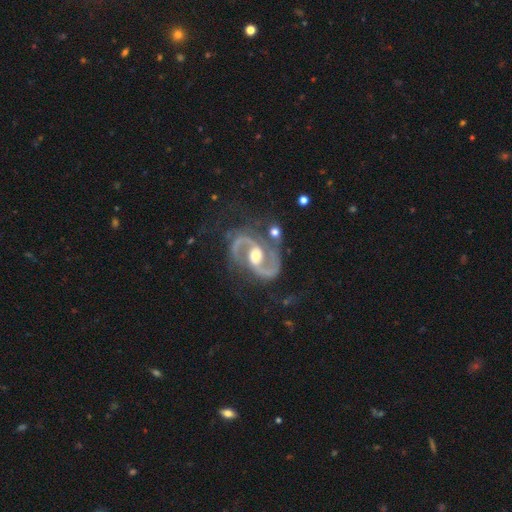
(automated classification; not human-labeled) Morphology: type=featured or disk (93%); edge-on=no (98%); bar=weak (41%); spiral arms=yes (98%); winding=medium (65%); arm count=2 (93%); bulge=moderate (72%); merging=none (64%).